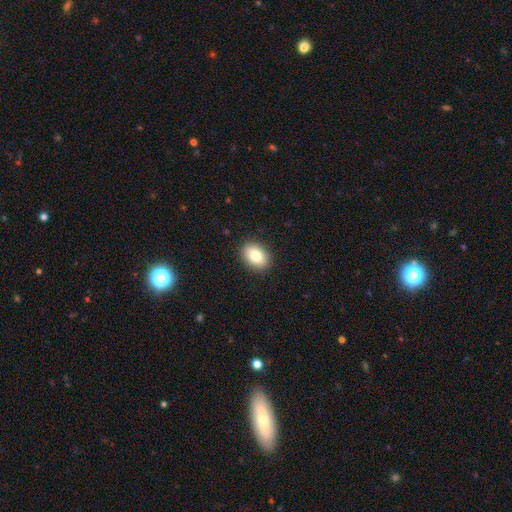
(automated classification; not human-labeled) This is clearly a smooth galaxy (82%). How rounded: likely in between (79%). Merging: clearly none (90%).